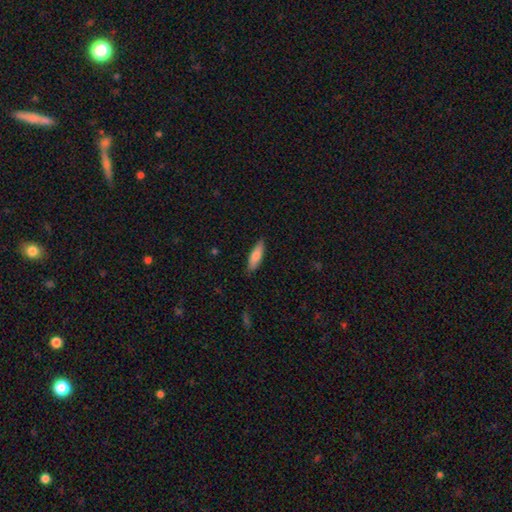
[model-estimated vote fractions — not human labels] smooth-or-featured: smooth: 77% | featured or disk: 17% | star or artifact: 6%
  how-rounded: cigar-shaped: 54% | in between: 44% | round: 2%
  merging: none: 86% | minor disturbance: 11% | major disturbance: 2% | merger: 1%